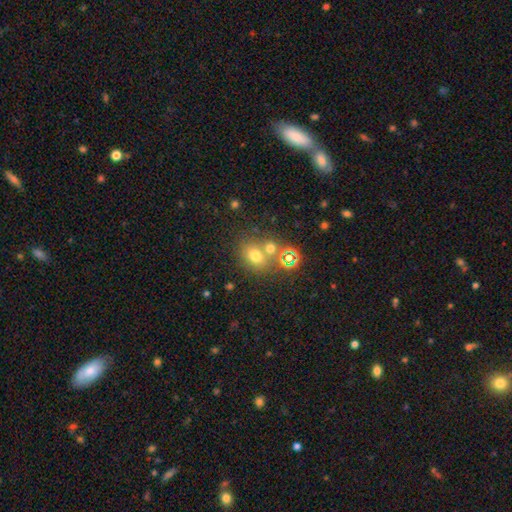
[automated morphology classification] The model was most divided on "how rounded": round: 52%, in between: 47%, cigar-shaped: 1%. More confident: smooth or featured — smooth (66%); merging — none (52%).